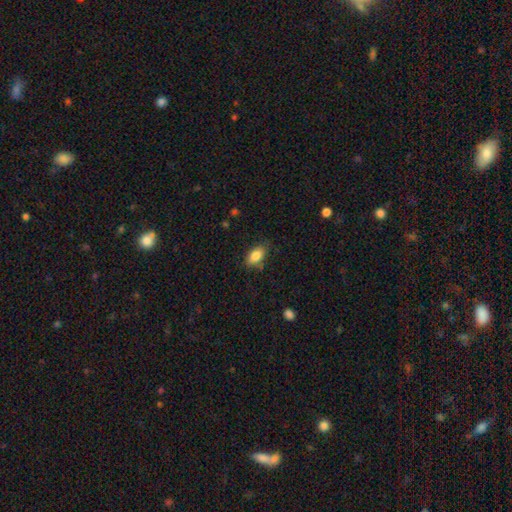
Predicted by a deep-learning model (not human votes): Smooth or featured? Predicted: smooth (p=0.85). How rounded? Predicted: in between (p=0.90). Merging? Predicted: none (p=0.77).